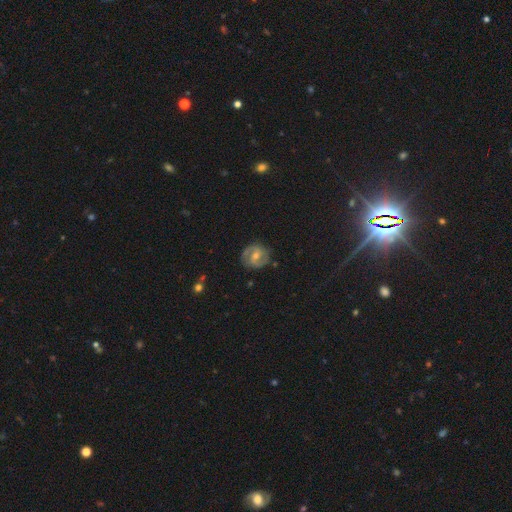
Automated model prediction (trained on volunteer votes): The model was most divided on "spiral winding": medium: 44%, tight: 43%, loose: 14%. Remaining: edge-on disk — no (97%); spiral arms — yes (89%); merging — none (82%); spiral arm count — 2 (81%); smooth or featured — featured or disk (72%); bulge size — moderate (58%); bar — weak (49%).